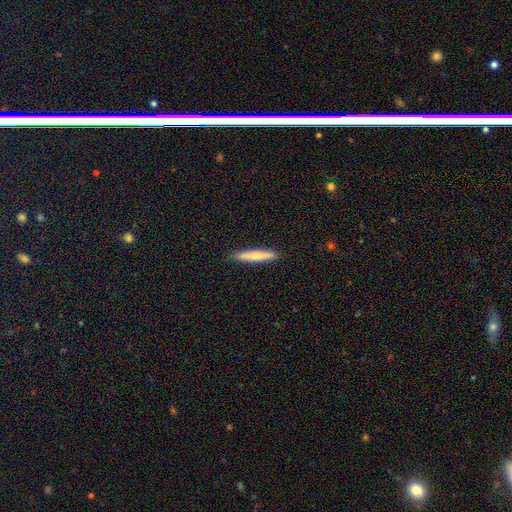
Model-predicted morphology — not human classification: A smooth galaxy with no disk features (67%) that is cigar-shaped (94%). Merging: none (90%).